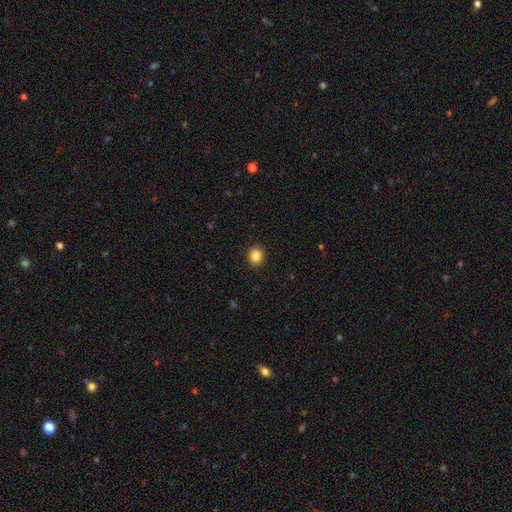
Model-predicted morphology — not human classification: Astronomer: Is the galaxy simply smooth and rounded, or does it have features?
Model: smooth — 86%.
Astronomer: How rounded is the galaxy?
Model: round — 70%.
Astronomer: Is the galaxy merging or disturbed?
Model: none — 91%.